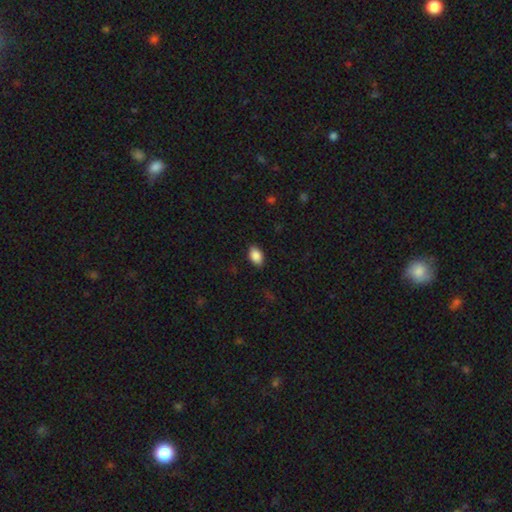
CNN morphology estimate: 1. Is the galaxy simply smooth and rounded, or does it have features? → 88% smooth, 8% star or artifact, 5% featured or disk.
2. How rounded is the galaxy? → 90% in between, 8% round, 2% cigar-shaped.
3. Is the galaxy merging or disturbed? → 87% none, 10% minor disturbance, 2% major disturbance, 1% merger.